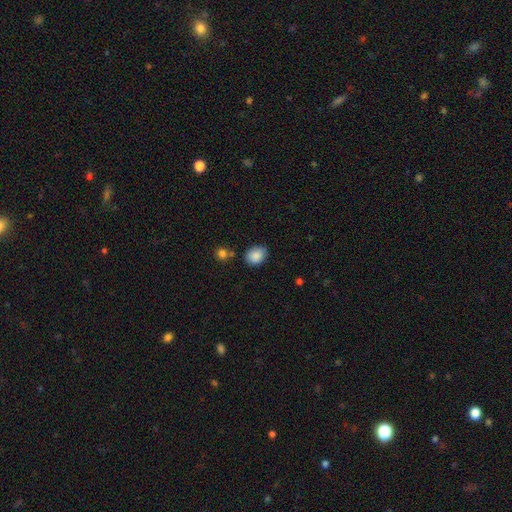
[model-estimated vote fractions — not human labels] Overall: smooth (87%). How rounded: in between (65%; round 34%). Merging: none (75%).